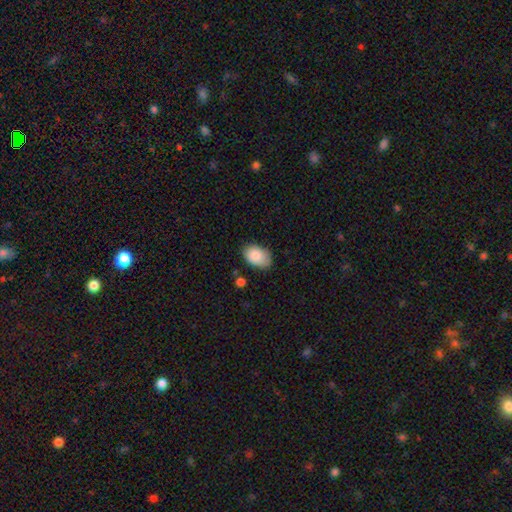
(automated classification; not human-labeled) Smooth or featured? Predicted: smooth (p=0.87). How rounded? Predicted: in between (p=0.87). Merging? Predicted: none (p=0.72).